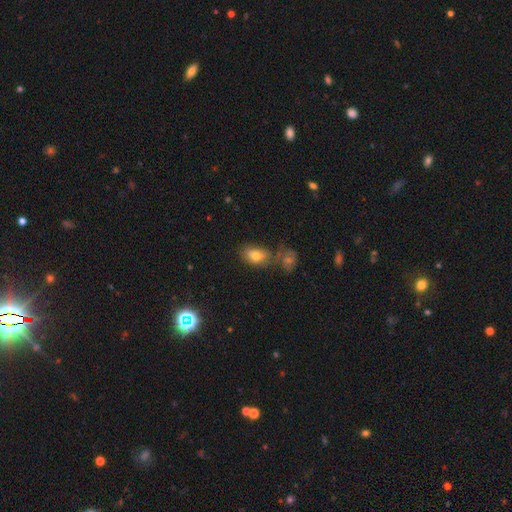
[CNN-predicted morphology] smooth 75%, featured or disk 15%, star or artifact 10%. Down the decision tree: how rounded — in between (86%); merging — none (53%).